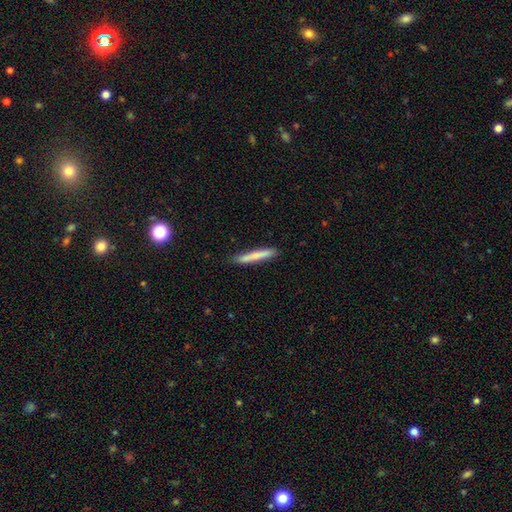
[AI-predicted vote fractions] smooth_or_featured: smooth (p=0.75) [alt: featured or disk p=0.19]
how_rounded: cigar-shaped (p=0.96) [alt: in between p=0.03]
merging: none (p=0.87) [alt: minor disturbance p=0.10]